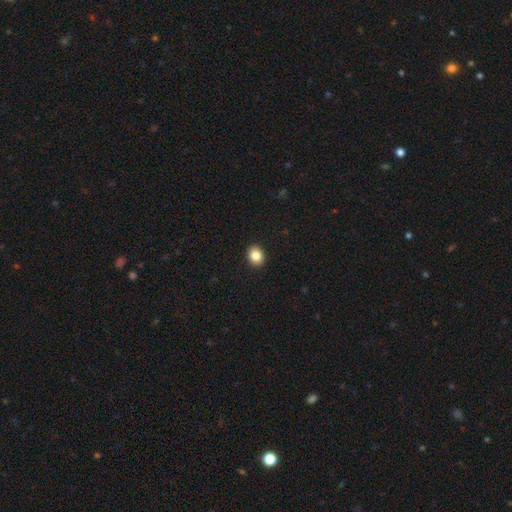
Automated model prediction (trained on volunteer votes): Smooth or featured?
  - smooth: 84% *
  - star or artifact: 9%
  - featured or disk: 7%
How rounded?
  - in between: 54% *
  - round: 46%
  - cigar-shaped: 1%
Merging?
  - none: 92% *
  - minor disturbance: 6%
  - major disturbance: 2%
  - merger: 1%